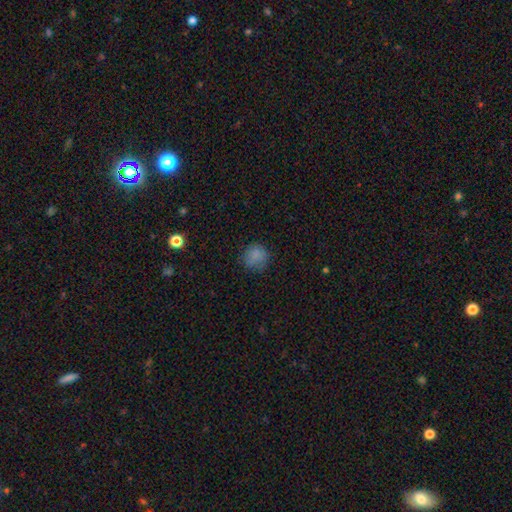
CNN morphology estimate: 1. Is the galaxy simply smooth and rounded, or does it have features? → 83% smooth, 12% star or artifact, 6% featured or disk.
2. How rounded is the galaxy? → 88% round, 11% in between, 1% cigar-shaped.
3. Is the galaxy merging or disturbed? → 77% none, 17% minor disturbance, 5% major disturbance, 1% merger.